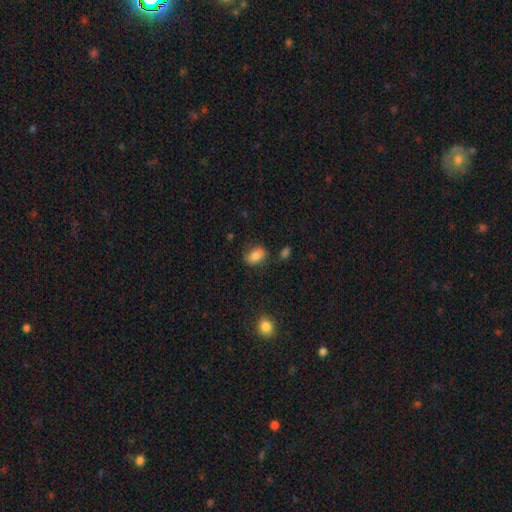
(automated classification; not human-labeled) This is clearly a smooth galaxy (81%). How rounded: clearly in between (82%). Merging: likely none (71%).